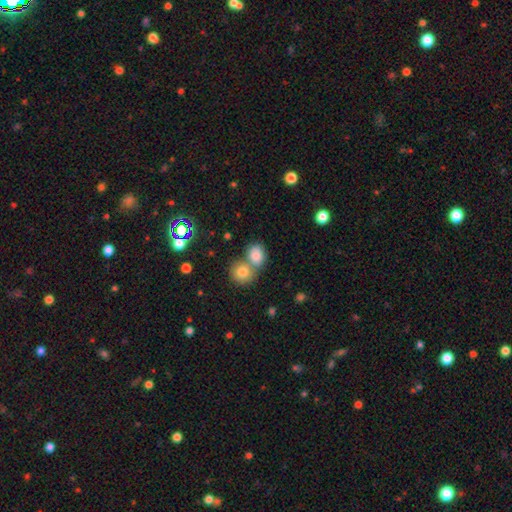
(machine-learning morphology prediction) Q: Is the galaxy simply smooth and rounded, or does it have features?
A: smooth — 80%.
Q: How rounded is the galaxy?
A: in between — 53%.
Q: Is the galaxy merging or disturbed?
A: merger — 52%.